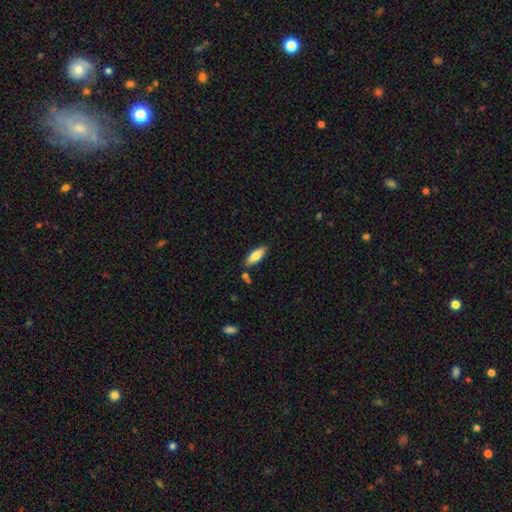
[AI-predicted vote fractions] This appears to be a smooth galaxy with no disk features (78%) that is in between round and cigar-shaped (60%). Merging: none (83%).